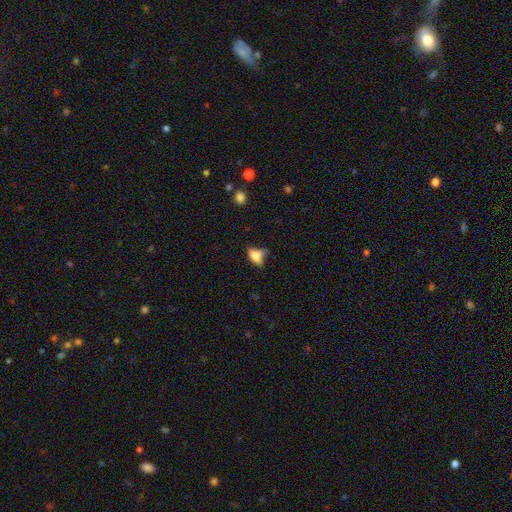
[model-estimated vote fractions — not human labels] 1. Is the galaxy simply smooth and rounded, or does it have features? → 67% smooth, 21% featured or disk, 12% star or artifact.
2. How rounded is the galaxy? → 79% in between, 11% round, 10% cigar-shaped.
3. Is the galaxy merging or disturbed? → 34% none, 28% minor disturbance, 23% major disturbance, 15% merger.